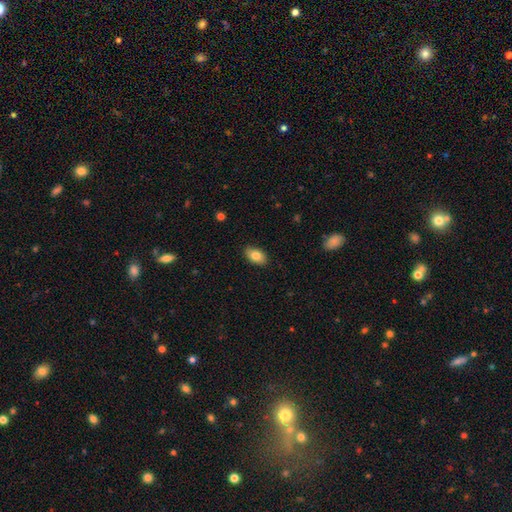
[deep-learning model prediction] Smooth or featured? Predicted: smooth (p=0.83). How rounded? Predicted: in between (p=0.92). Merging? Predicted: none (p=0.88).